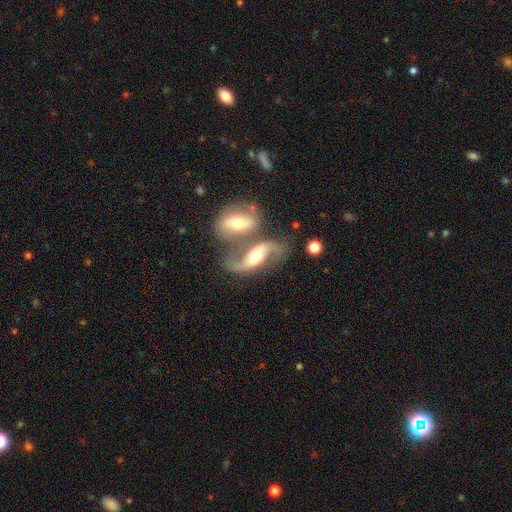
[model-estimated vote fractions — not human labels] Smooth or featured?
  - featured or disk: 80% *
  - smooth: 14%
  - star or artifact: 6%
Edge-on disk?
  - no: 91% *
  - yes: 9%
Bar?
  - weak: 38% *
  - strong: 32%
  - no: 30%
Spiral arms?
  - yes: 93% *
  - no: 7%
Spiral winding?
  - loose: 71% *
  - medium: 23%
  - tight: 5%
Spiral arm count?
  - 2: 90% *
  - 1: 4%
  - can't tell: 3%
  - 3: 1%
  - 4: 1%
  - more than 4: 1%
Bulge size?
  - moderate: 61% *
  - small: 20%
  - large: 14%
  - none: 2%
  - dominant: 2%
Merging?
  - merger: 50% *
  - none: 33%
  - minor disturbance: 10%
  - major disturbance: 7%